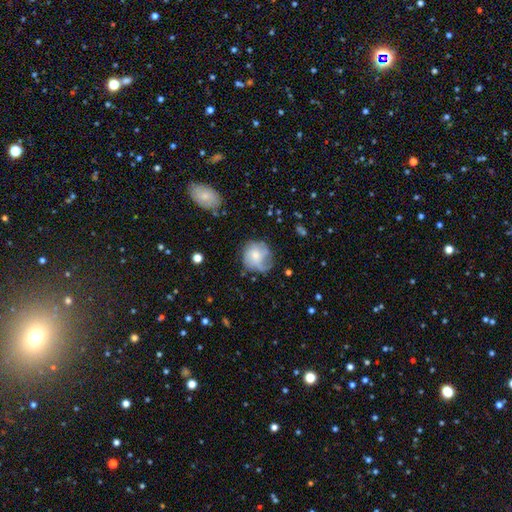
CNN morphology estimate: This is possibly a smooth galaxy (48%). Merging: possibly none (54%).